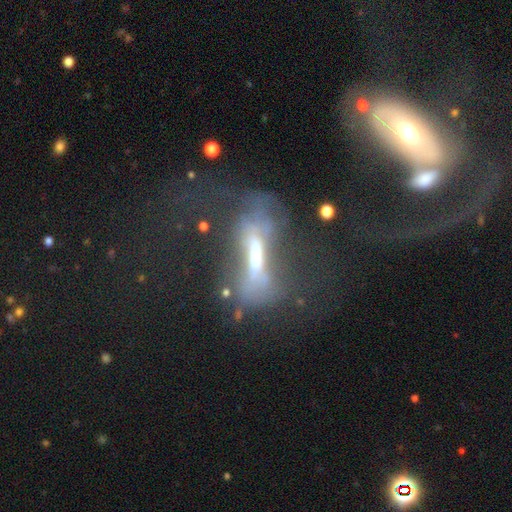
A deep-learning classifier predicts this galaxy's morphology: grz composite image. It shows a featured or disk galaxy (55%). Merging: major disturbance (46%).